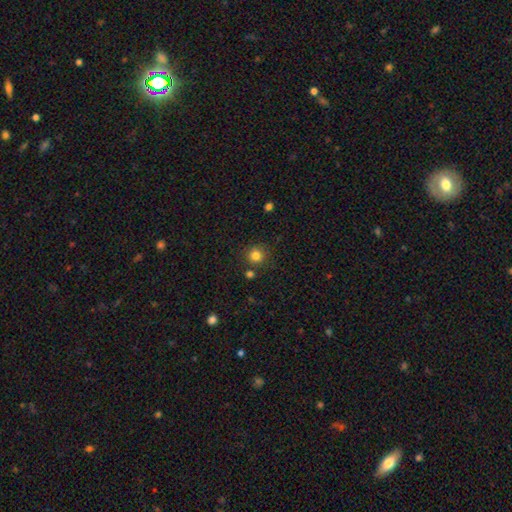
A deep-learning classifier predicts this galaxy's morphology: Smooth or featured: smooth — 82% (star or artifact — 13%)
How rounded: round — 93% (in between — 6%)
Merging: none — 84% (minor disturbance — 8%)